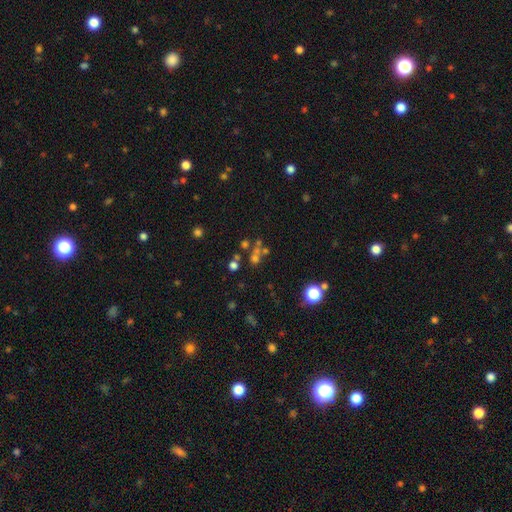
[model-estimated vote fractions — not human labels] Smooth or featured? Predicted: star or artifact (p=0.48).